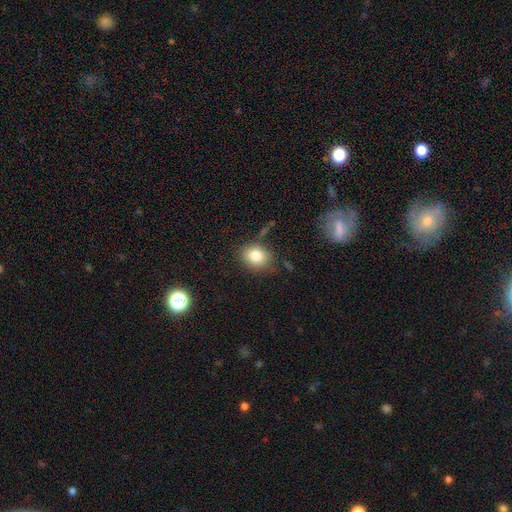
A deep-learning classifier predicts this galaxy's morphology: smooth-or-featured: smooth: 77% | star or artifact: 13% | featured or disk: 10%
  how-rounded: round: 55% | in between: 44% | cigar-shaped: 1%
  merging: none: 78% | minor disturbance: 14% | merger: 4% | major disturbance: 4%